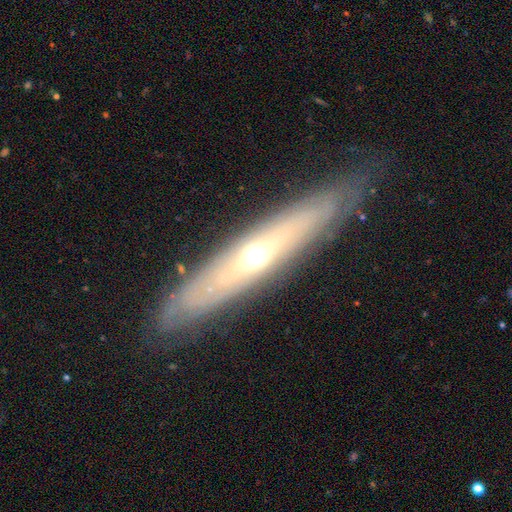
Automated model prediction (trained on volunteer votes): A featured or disk galaxy (67%) viewed edge-on (65%).

Vote fractions:
- Smooth or featured? featured or disk: 67% / smooth: 26% / star or artifact: 6%
- Edge-on disk? yes: 65% / no: 35%
- Merging? none: 82% / minor disturbance: 13% / major disturbance: 4% / merger: 1%